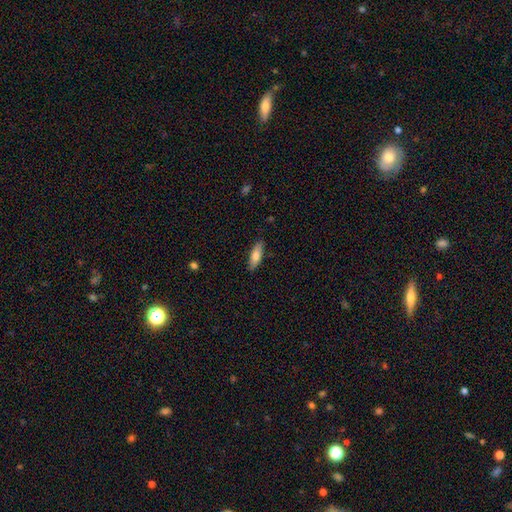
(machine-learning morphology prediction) A smooth galaxy with no disk features (77%) that is in between round and cigar-shaped (59%). Merging: none (87%).